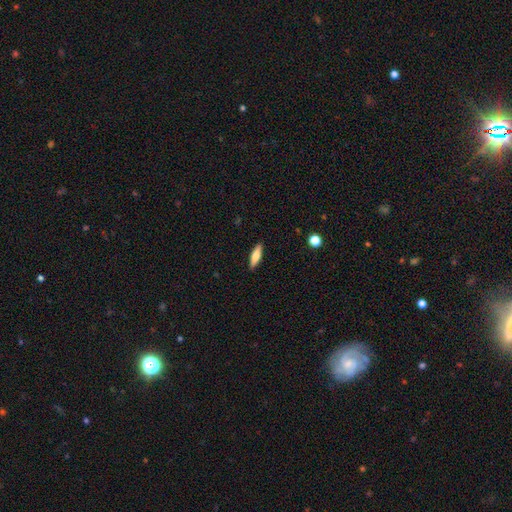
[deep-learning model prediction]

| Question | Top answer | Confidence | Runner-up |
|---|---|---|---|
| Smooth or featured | smooth | 65% | featured or disk (29%) |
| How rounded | cigar-shaped | 58% | in between (39%) |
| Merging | none | 90% | minor disturbance (7%) |